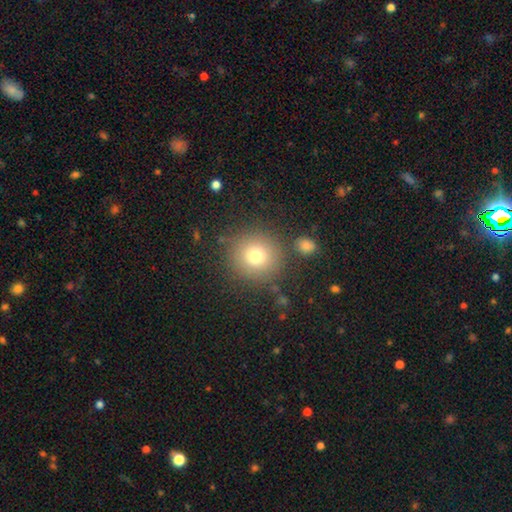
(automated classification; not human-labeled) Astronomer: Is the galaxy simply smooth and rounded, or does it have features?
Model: smooth — 76%.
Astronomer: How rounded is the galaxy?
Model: round — 94%.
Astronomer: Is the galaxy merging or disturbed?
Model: none — 84%.